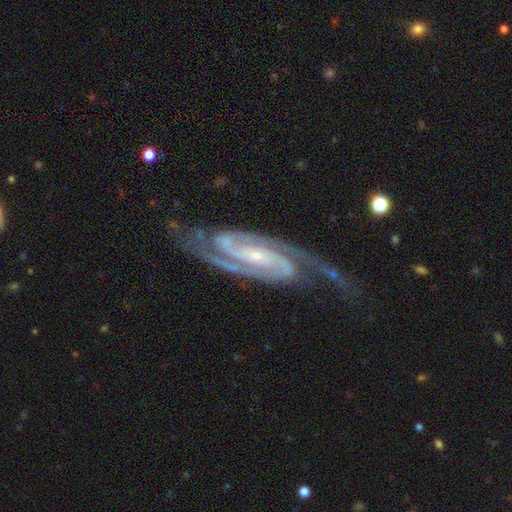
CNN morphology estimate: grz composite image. It shows a featured or disk galaxy (93%) with no bar (34%), 2 (87%) tight (49%) spiral arms (99%) and a small central bulge (77%). Merging: none (71%).